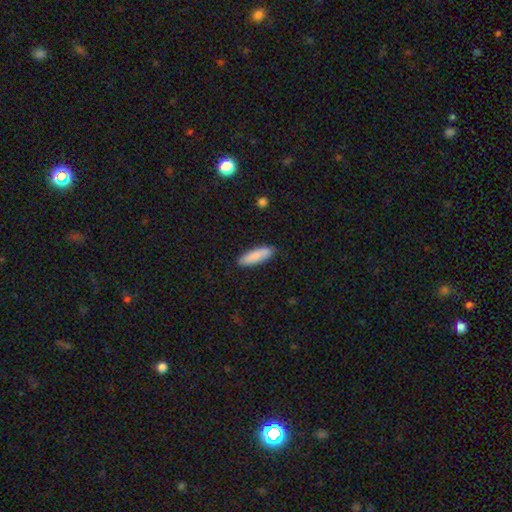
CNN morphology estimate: A smooth galaxy with no disk features (86%) that is cigar-shaped (55%).

Vote fractions:
- Smooth or featured? smooth: 86% / featured or disk: 8% / star or artifact: 5%
- How rounded? cigar-shaped: 55% / in between: 44% / round: 2%
- Merging? none: 87% / minor disturbance: 10% / major disturbance: 2% / merger: 1%